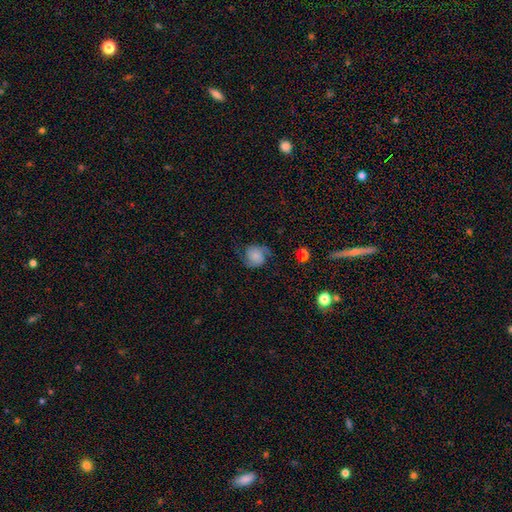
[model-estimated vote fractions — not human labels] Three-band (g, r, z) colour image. It shows a featured or disk galaxy (63%) with no bar (74%), 2 (91%) medium (44%) spiral arms (94%) and no central bulge (38%). Merging: none (70%).